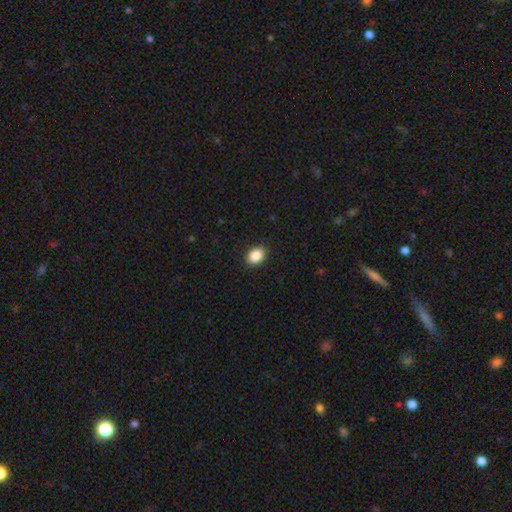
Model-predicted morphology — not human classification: Smooth or featured? Predicted: smooth (p=0.89). How rounded? Predicted: in between (p=0.67). Merging? Predicted: none (p=0.90).